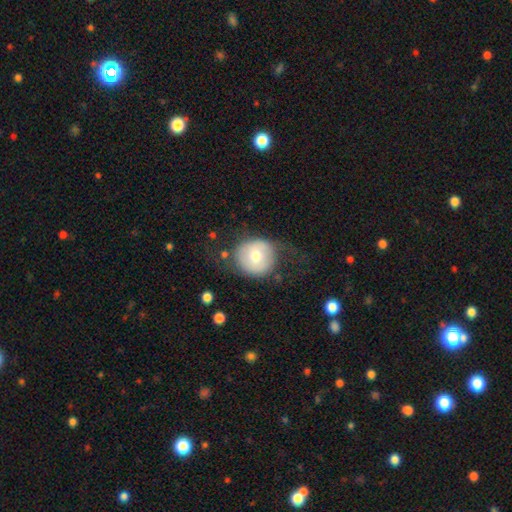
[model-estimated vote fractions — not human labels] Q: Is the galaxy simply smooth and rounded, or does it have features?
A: smooth — 62%.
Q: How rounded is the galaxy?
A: round — 89%.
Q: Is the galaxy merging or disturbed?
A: none — 58%.